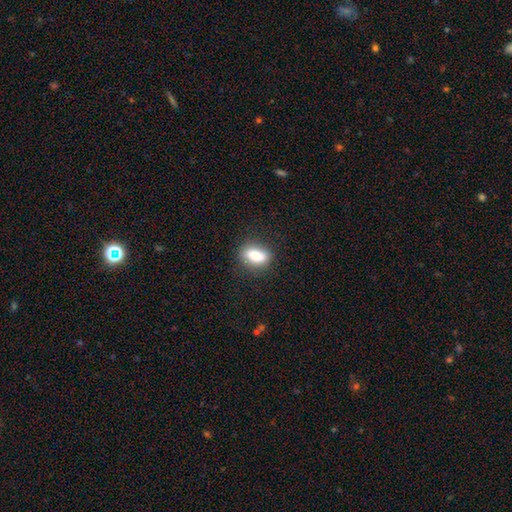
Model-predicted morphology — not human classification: The model was most divided on "merging": none: 78%, minor disturbance: 16%, major disturbance: 4%, merger: 2%. More confident: smooth or featured — smooth (82%); how rounded — in between (81%).